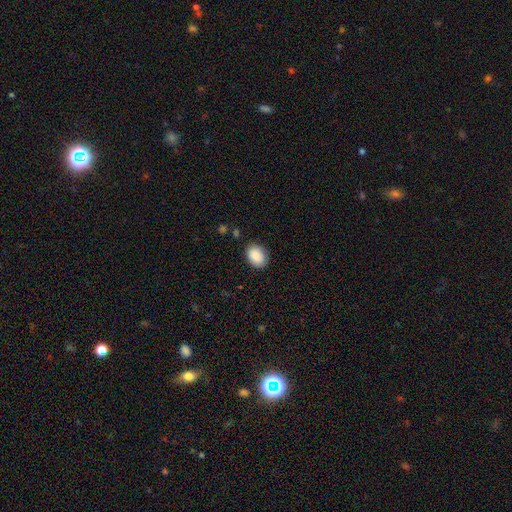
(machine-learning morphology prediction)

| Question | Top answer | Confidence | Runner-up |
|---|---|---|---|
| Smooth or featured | smooth | 89% | star or artifact (7%) |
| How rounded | in between | 78% | round (21%) |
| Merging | none | 85% | minor disturbance (11%) |